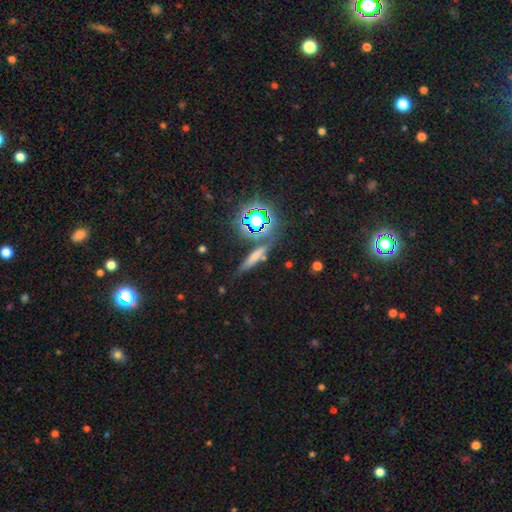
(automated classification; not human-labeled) A smooth galaxy with no disk features (54%) that is cigar-shaped (75%).

Vote fractions:
- Smooth or featured? smooth: 54% / star or artifact: 24% / featured or disk: 22%
- How rounded? cigar-shaped: 75% / in between: 16% / round: 8%
- Merging? none: 73% / minor disturbance: 14% / merger: 8% / major disturbance: 5%